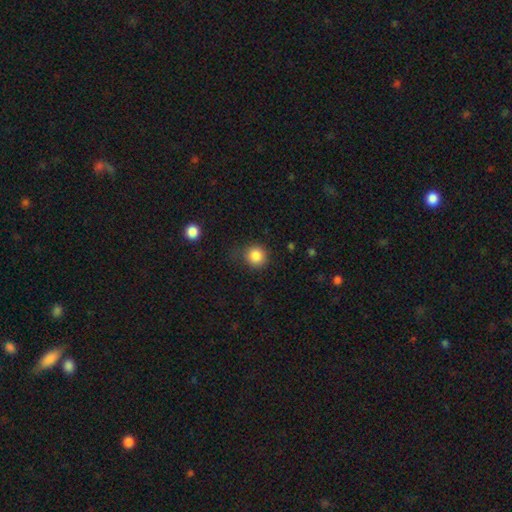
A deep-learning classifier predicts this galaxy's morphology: This is clearly a smooth galaxy (86%). How rounded: clearly round (90%). Merging: likely none (76%).